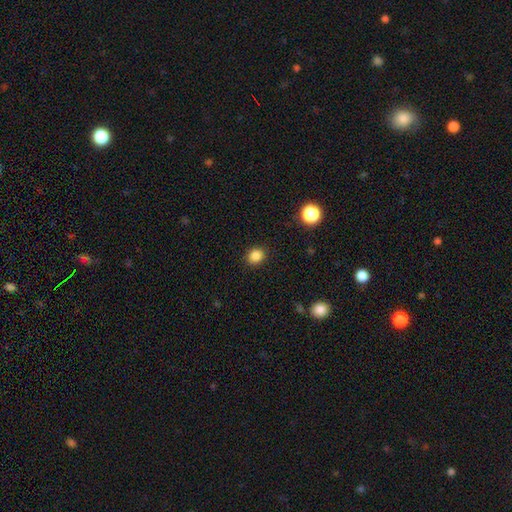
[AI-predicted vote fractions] Smooth or featured? Predicted: smooth (p=0.85). How rounded? Predicted: round (p=0.70). Merging? Predicted: none (p=0.90).